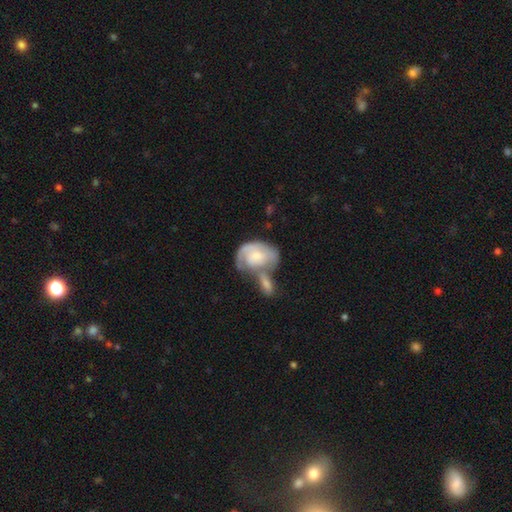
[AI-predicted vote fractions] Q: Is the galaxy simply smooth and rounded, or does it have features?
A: featured or disk — 59%.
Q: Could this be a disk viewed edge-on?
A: no — 96%.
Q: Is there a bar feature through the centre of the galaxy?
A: no — 73%.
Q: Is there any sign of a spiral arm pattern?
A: yes — 74%.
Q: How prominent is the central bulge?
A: small — 42%.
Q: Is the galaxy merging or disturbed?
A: merger — 44%.